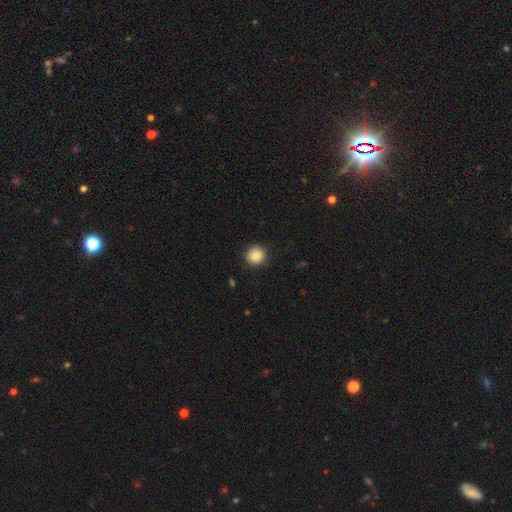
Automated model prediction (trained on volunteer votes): Morphology: type=smooth (88%); roundness=round (91%); merging=none (90%).